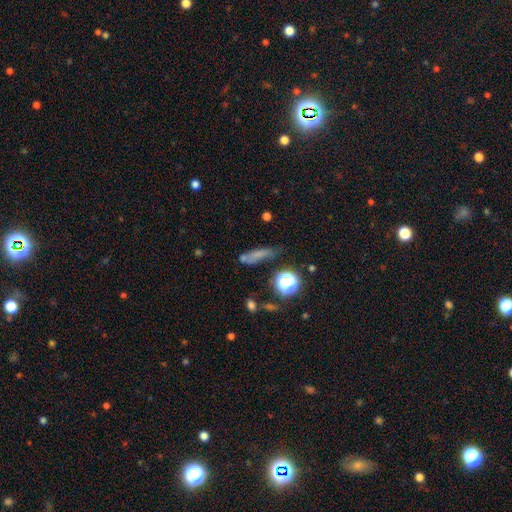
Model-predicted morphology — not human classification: Smooth or featured?
  - smooth: 53% *
  - star or artifact: 27%
  - featured or disk: 20%
How rounded?
  - cigar-shaped: 59% *
  - in between: 23%
  - round: 18%
Merging?
  - none: 64% *
  - minor disturbance: 19%
  - major disturbance: 9%
  - merger: 8%